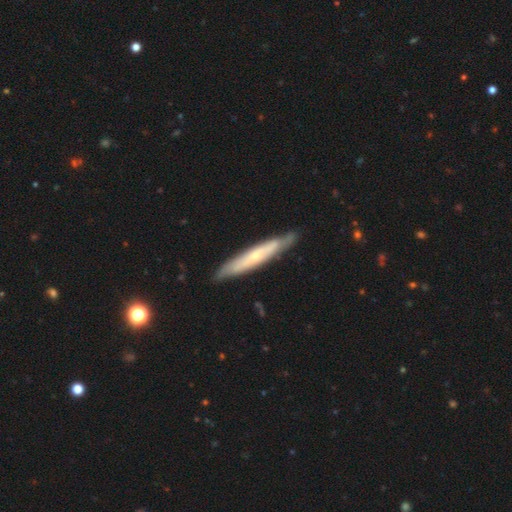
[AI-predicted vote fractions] smooth-or-featured: featured or disk: 57% | smooth: 37% | star or artifact: 5%
  disk-edge-on: yes: 76% | no: 24%
  merging: none: 83% | minor disturbance: 14% | major disturbance: 2% | merger: 2%